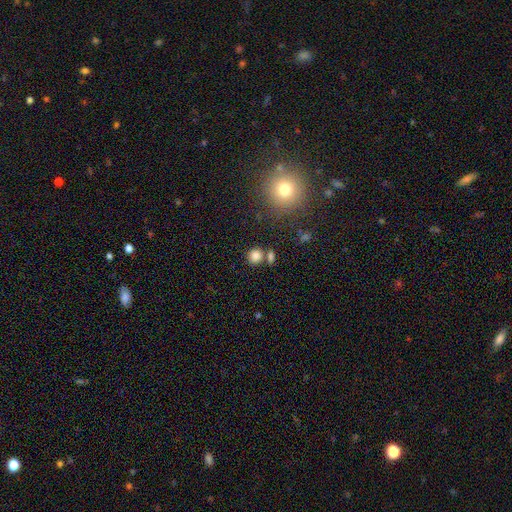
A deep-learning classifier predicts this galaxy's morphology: This appears to be a smooth galaxy with no disk features (82%) that is round (81%). Merging: none (67%).